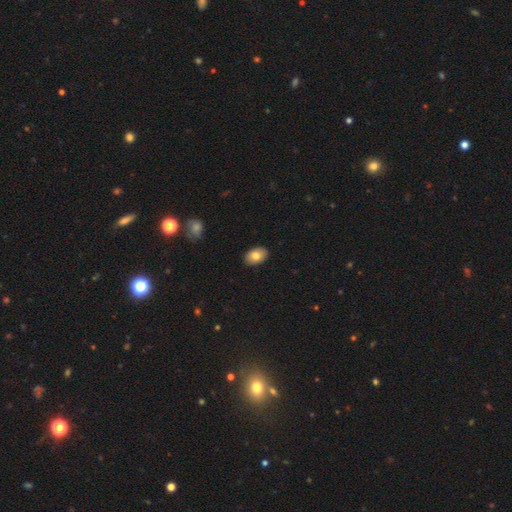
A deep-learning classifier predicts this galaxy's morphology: smooth 80%, featured or disk 13%, star or artifact 7%. Down the decision tree: how rounded — in between (87%); merging — none (89%).